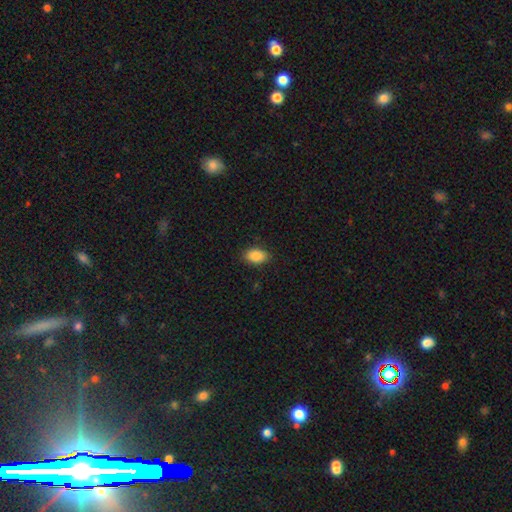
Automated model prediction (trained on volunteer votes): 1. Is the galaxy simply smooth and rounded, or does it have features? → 88% smooth, 8% star or artifact, 4% featured or disk.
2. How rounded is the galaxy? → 87% in between, 12% round, 1% cigar-shaped.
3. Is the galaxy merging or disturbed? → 86% none, 10% minor disturbance, 2% major disturbance, 1% merger.